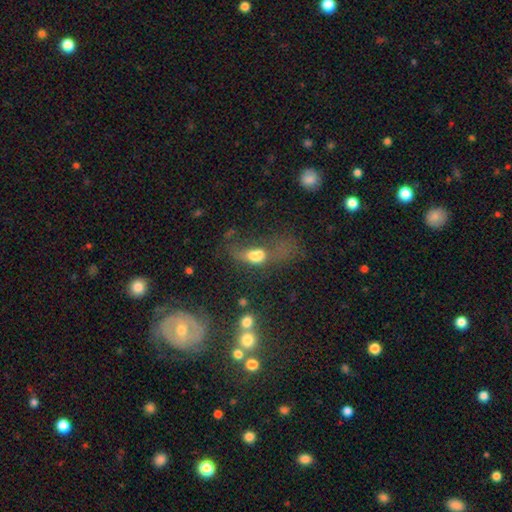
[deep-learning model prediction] smooth-or-featured: smooth: 59% | featured or disk: 25% | star or artifact: 16%
  how-rounded: in between: 74% | round: 18% | cigar-shaped: 8%
  merging: major disturbance: 40% | merger: 29% | none: 18% | minor disturbance: 14%